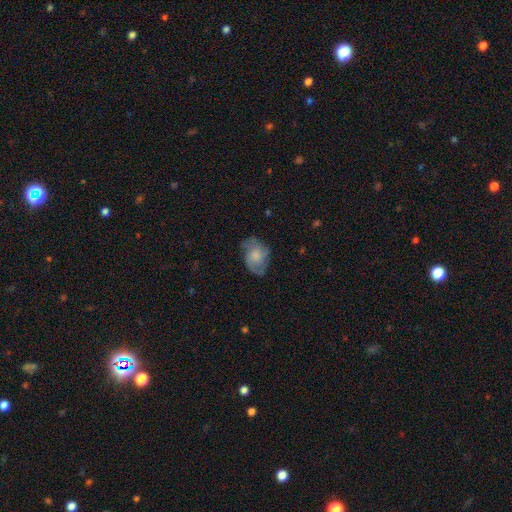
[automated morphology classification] A smooth galaxy with no disk features (48%). Merging: none (59%).